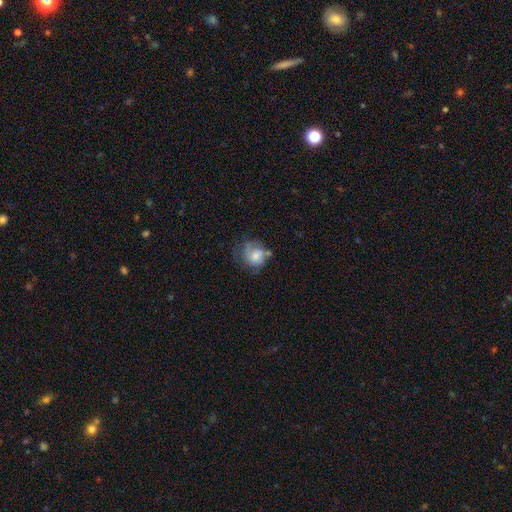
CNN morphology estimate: smooth 49%, featured or disk 42%, star or artifact 9%. Down the decision tree: merging — none (45%).